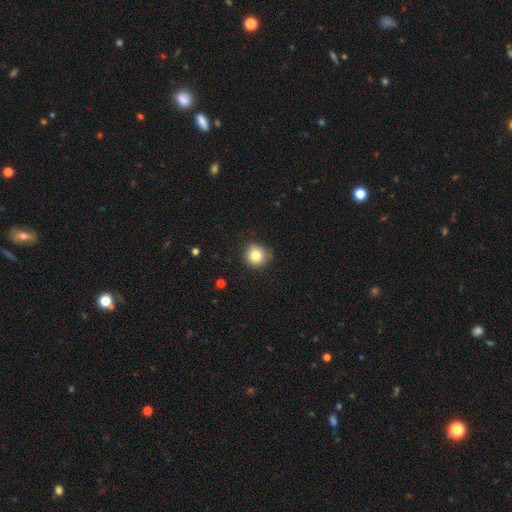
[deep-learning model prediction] Smooth or featured?
  - smooth: 82% *
  - star or artifact: 11%
  - featured or disk: 7%
How rounded?
  - round: 92% *
  - in between: 7%
  - cigar-shaped: 1%
Merging?
  - none: 83% *
  - minor disturbance: 13%
  - major disturbance: 3%
  - merger: 1%